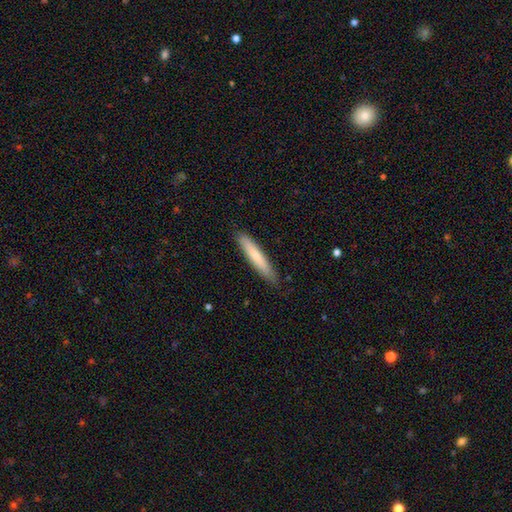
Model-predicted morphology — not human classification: smooth_or_featured: smooth (p=0.70) [alt: featured or disk p=0.24]
how_rounded: cigar-shaped (p=0.91) [alt: in between p=0.08]
merging: none (p=0.86) [alt: minor disturbance p=0.11]